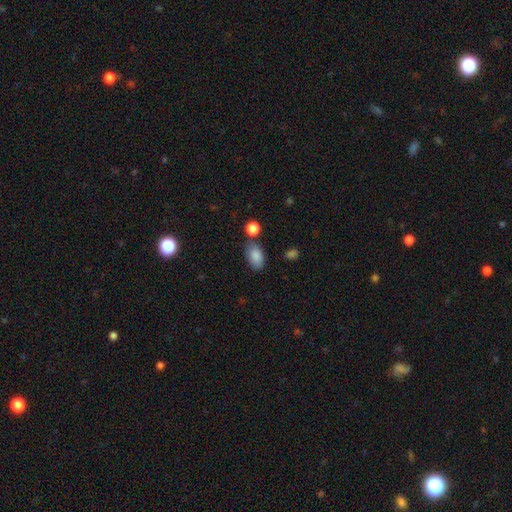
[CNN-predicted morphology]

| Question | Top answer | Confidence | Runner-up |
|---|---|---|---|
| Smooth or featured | smooth | 87% | star or artifact (8%) |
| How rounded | in between | 91% | round (7%) |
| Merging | none | 70% | minor disturbance (17%) |